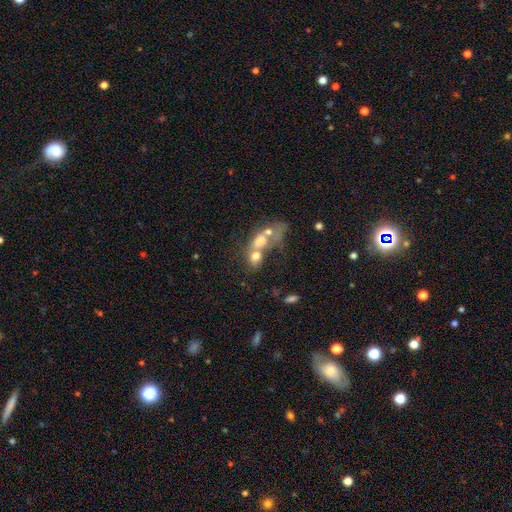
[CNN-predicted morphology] Overall: smooth (43%; featured or disk 31%). Merging: merger (50%; none 30%).